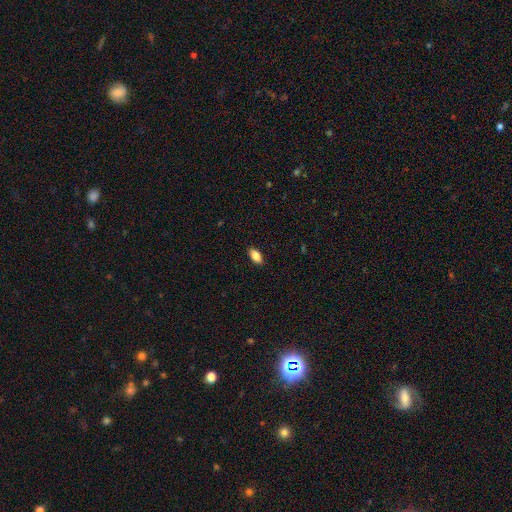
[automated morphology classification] Smooth or featured? Predicted: smooth (p=0.86). How rounded? Predicted: in between (p=0.92). Merging? Predicted: none (p=0.89).